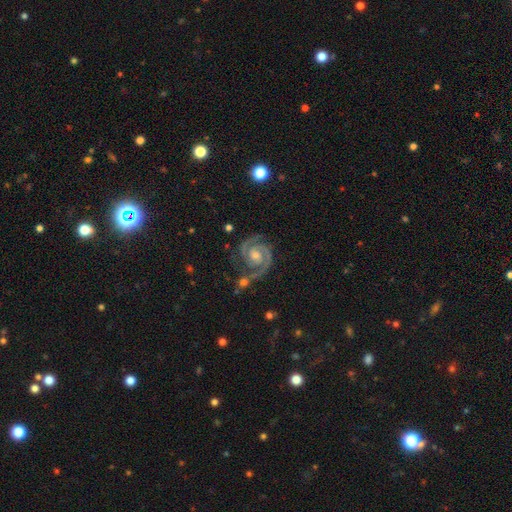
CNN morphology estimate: A featured or disk galaxy (92%) with no bar (61%), 2 (91%) tight (60%) spiral arms (99%) and a moderate central bulge (62%).

Vote fractions:
- Smooth or featured? featured or disk: 92% / star or artifact: 5% / smooth: 3%
- Edge-on disk? no: 98% / yes: 2%
- Bar? no: 61% / weak: 29% / strong: 9%
- Spiral arms? yes: 99% / no: 1%
- Spiral winding? tight: 60% / medium: 35% / loose: 4%
- Spiral arm count? 2: 91% / 3: 3% / can't tell: 2% / 1: 1% / 4: 1% / more than 4: 1%
- Bulge size? moderate: 62% / small: 25% / large: 7% / none: 4% / dominant: 1%
- Merging? none: 73% / minor disturbance: 15% / merger: 7% / major disturbance: 6%